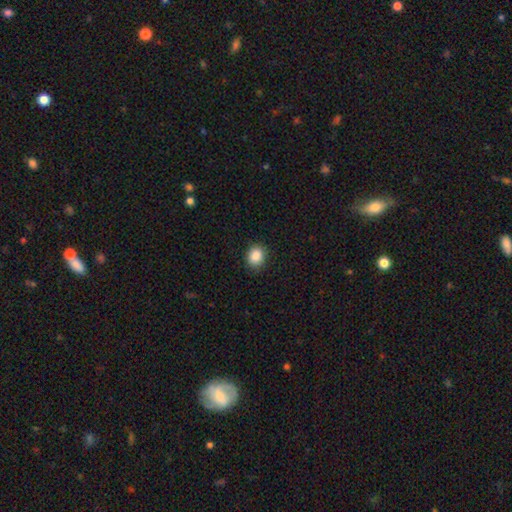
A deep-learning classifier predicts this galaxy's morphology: Overall: smooth (88%). How rounded: round (58%; in between 41%). Merging: none (87%).